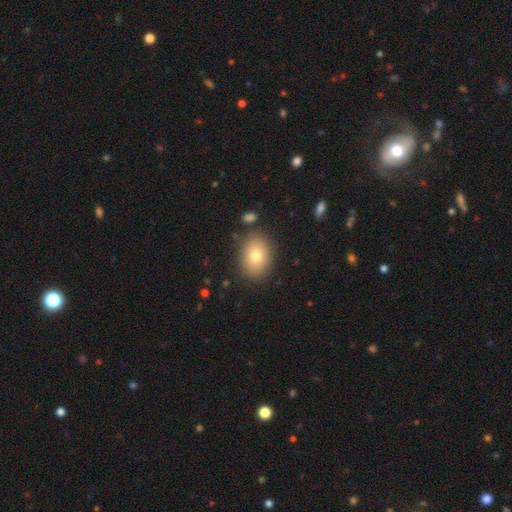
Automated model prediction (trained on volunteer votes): This appears to be a smooth galaxy with no disk features (77%) that is in between round and cigar-shaped (71%). Merging: none (85%).